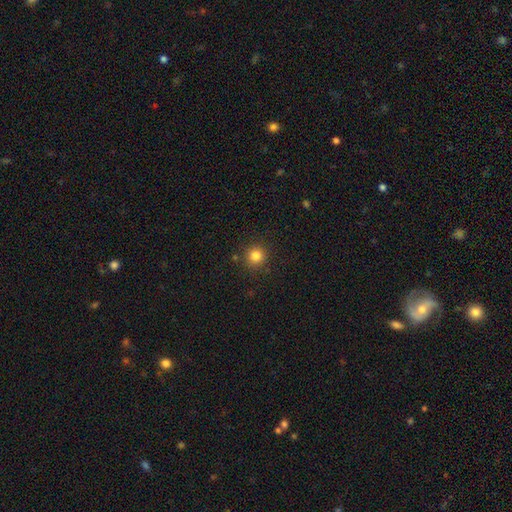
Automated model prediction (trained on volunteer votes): Smooth or featured: smooth — 83% (star or artifact — 12%)
How rounded: round — 93% (in between — 6%)
Merging: none — 88% (minor disturbance — 7%)